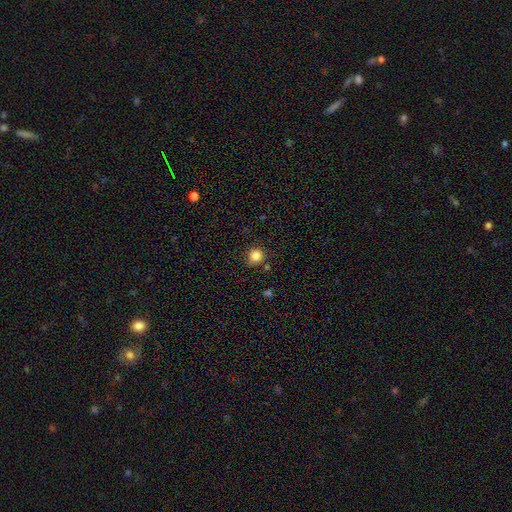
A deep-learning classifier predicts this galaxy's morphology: A smooth galaxy with no disk features (83%) that is round (89%). Merging: none (82%).